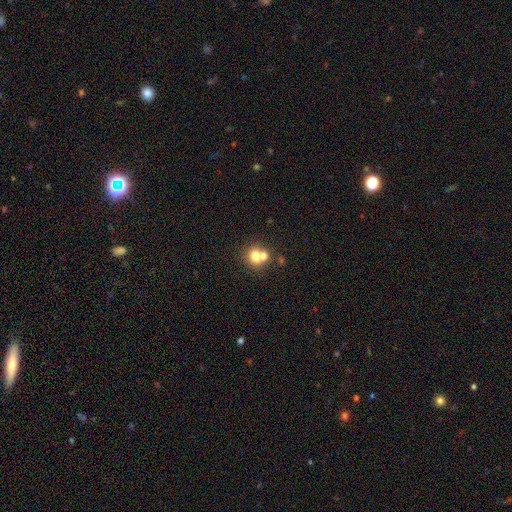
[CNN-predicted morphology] This is likely a smooth galaxy (70%). How rounded: likely round (70%). Merging: possibly merger (52%).